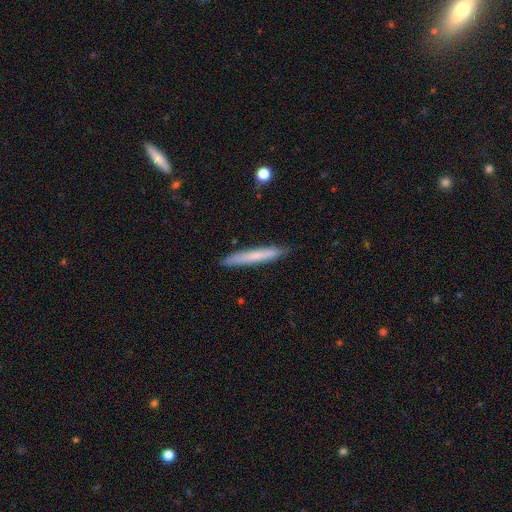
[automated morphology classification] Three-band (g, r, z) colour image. It shows a smooth galaxy with no disk features (70%) that is cigar-shaped (95%). Merging: none (88%).